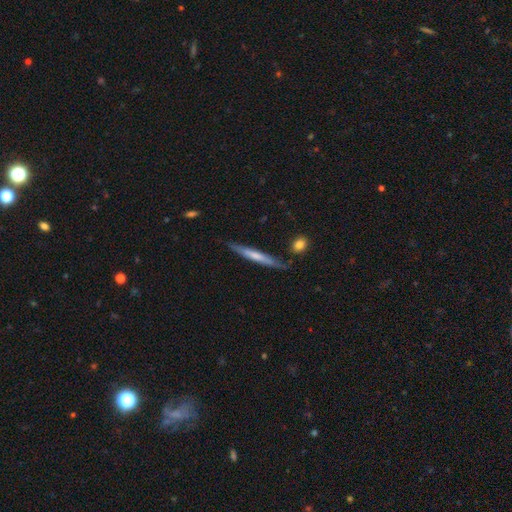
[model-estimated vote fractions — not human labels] Smooth or featured: smooth — 49% (featured or disk — 46%)
Merging: none — 80% (minor disturbance — 14%)